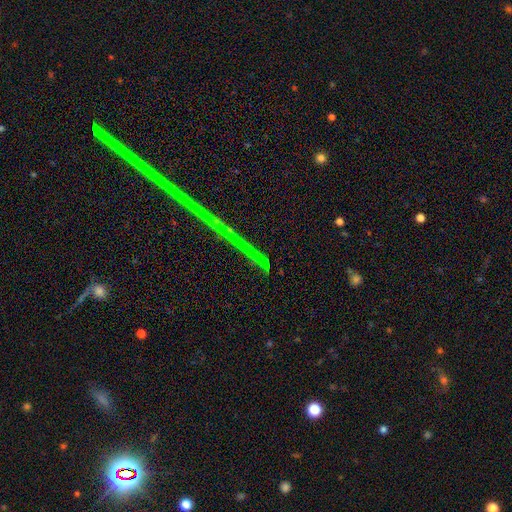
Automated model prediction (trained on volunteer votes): Morphology: type=star or artifact (74%).